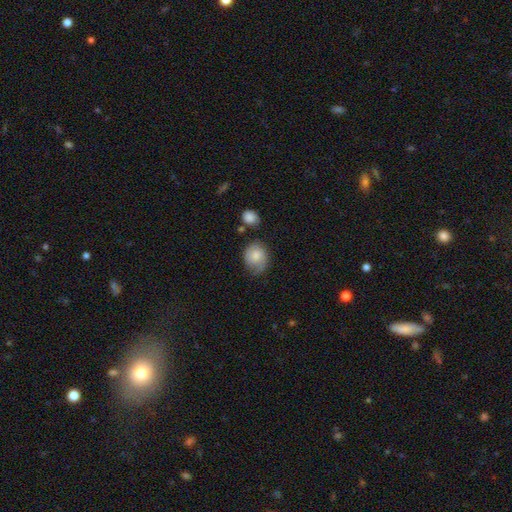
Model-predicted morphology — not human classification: smooth 58%, featured or disk 33%, star or artifact 8%. Down the decision tree: how rounded — round (56%); merging — none (57%).